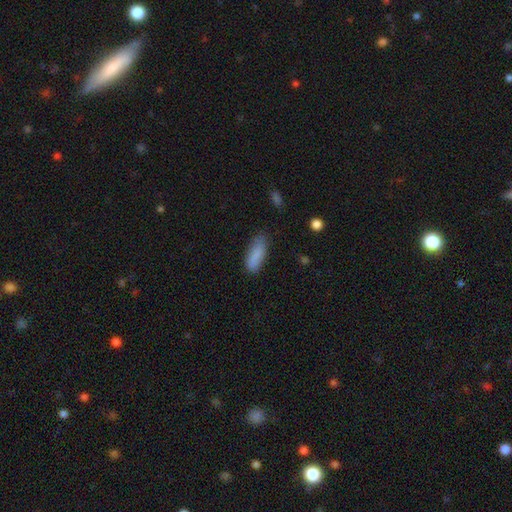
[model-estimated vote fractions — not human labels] Smooth or featured?
  - smooth: 86% *
  - star or artifact: 7%
  - featured or disk: 7%
How rounded?
  - in between: 65% *
  - cigar-shaped: 34%
  - round: 2%
Merging?
  - none: 69% *
  - minor disturbance: 24%
  - major disturbance: 5%
  - merger: 2%